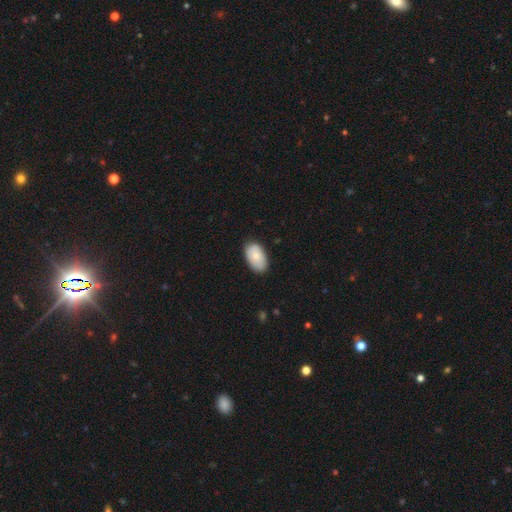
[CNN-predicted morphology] A smooth galaxy with no disk features (78%) that is in between round and cigar-shaped (94%). Merging: none (78%).